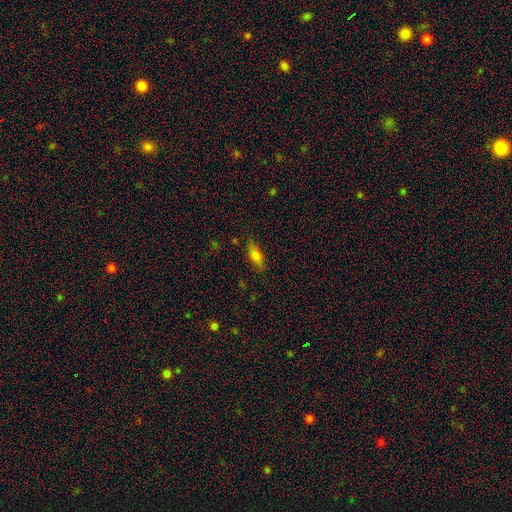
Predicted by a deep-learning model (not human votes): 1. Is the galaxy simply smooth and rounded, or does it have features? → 71% smooth, 19% featured or disk, 10% star or artifact.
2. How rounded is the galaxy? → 73% in between, 24% cigar-shaped, 4% round.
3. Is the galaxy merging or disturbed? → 82% none, 13% minor disturbance, 3% major disturbance, 2% merger.